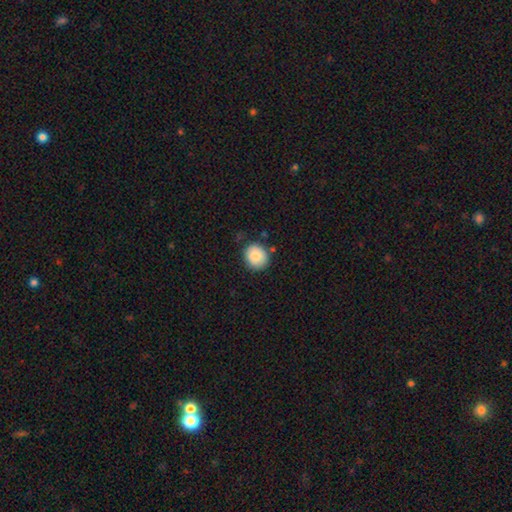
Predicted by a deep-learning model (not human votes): This appears to be a smooth galaxy with no disk features (86%) that is round (71%). Merging: none (80%).